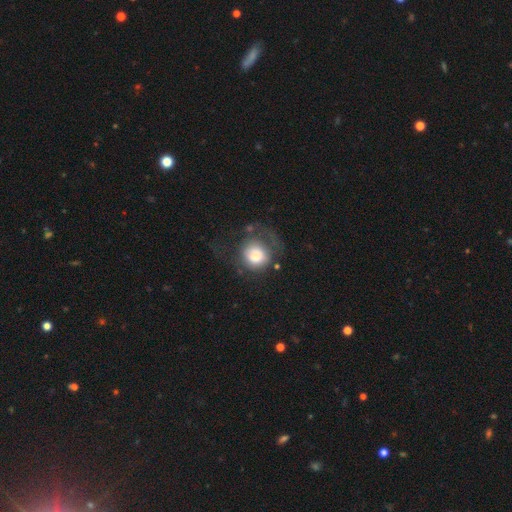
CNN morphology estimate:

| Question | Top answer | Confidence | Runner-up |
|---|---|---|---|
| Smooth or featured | smooth | 69% | featured or disk (22%) |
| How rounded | round | 82% | in between (17%) |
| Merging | none | 37% | major disturbance (35%) |